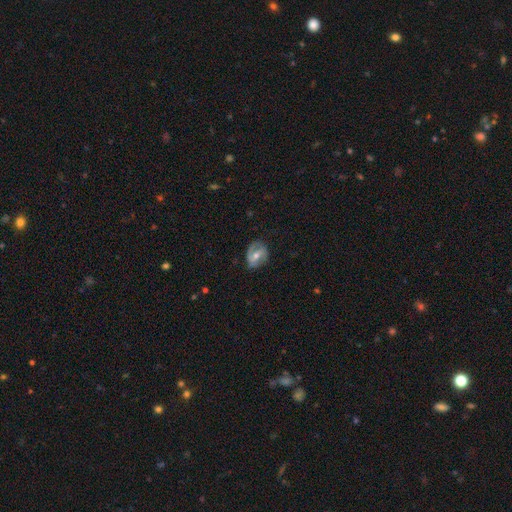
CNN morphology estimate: smooth-or-featured: featured or disk: 67% | smooth: 26% | star or artifact: 7%
  disk-edge-on: no: 96% | yes: 4%
    bar: weak: 44% | no: 30% | strong: 26%
    has-spiral-arms: yes: 82% | no: 18%
      spiral-winding: medium: 43% | tight: 34% | loose: 23%
      spiral-arm-count: 2: 75% | can't tell: 12% | 1: 9% | 3: 2% | 4: 1% | more than 4: 1%
    bulge-size: moderate: 66% | small: 29% | large: 3% | none: 1% | dominant: 1%
  merging: none: 71% | minor disturbance: 20% | major disturbance: 7% | merger: 1%